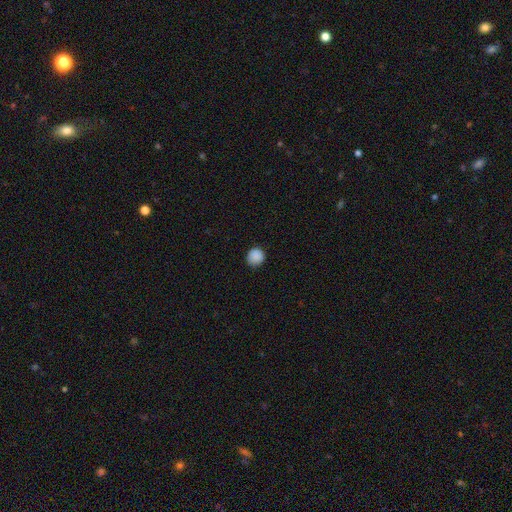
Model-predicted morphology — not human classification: smooth-or-featured: smooth: 88% | star or artifact: 9% | featured or disk: 3%
  how-rounded: round: 91% | in between: 8% | cigar-shaped: 1%
  merging: none: 86% | minor disturbance: 11% | major disturbance: 2% | merger: 1%